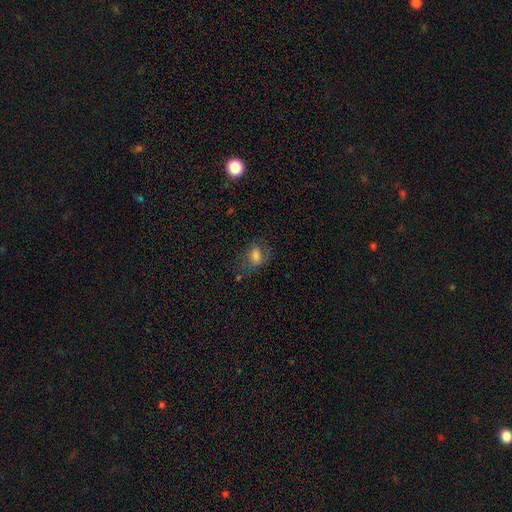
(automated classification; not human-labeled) The model was most divided on "merging": none: 62%, minor disturbance: 21%, major disturbance: 14%, merger: 3%. More confident: how rounded — in between (74%); smooth or featured — smooth (66%).